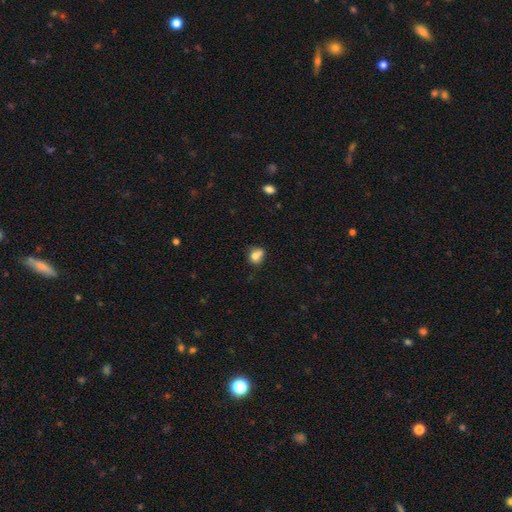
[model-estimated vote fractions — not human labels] Smooth or featured? smooth (75%)
How rounded? round (70%)
Merging? none (44%)